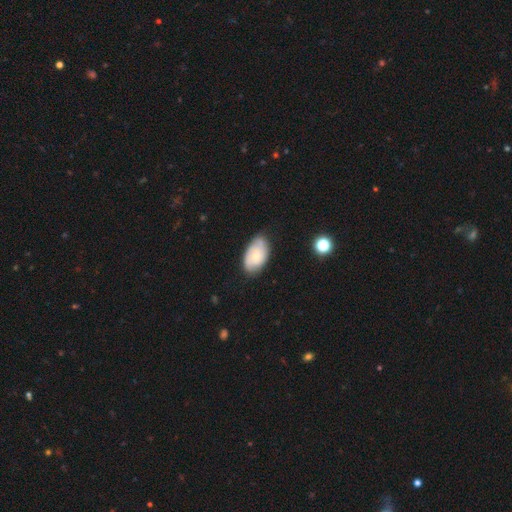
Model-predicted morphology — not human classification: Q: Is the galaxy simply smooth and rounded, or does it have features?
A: featured or disk — 51%.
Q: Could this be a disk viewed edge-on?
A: no — 95%.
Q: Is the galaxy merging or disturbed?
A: none — 70%.